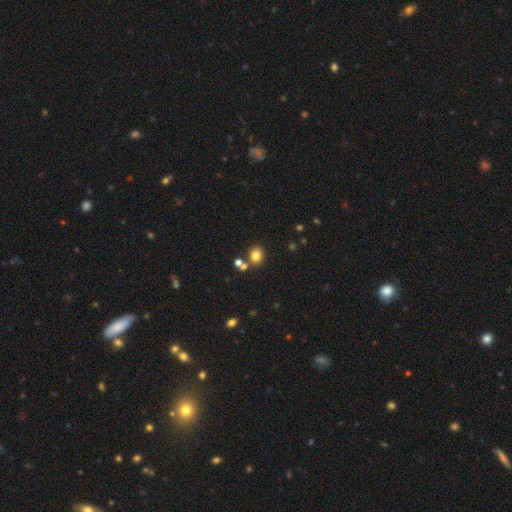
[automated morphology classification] smooth-or-featured: smooth: 80% | star or artifact: 13% | featured or disk: 7%
  how-rounded: round: 69% | in between: 30% | cigar-shaped: 1%
  merging: none: 74% | merger: 14% | minor disturbance: 9% | major disturbance: 3%